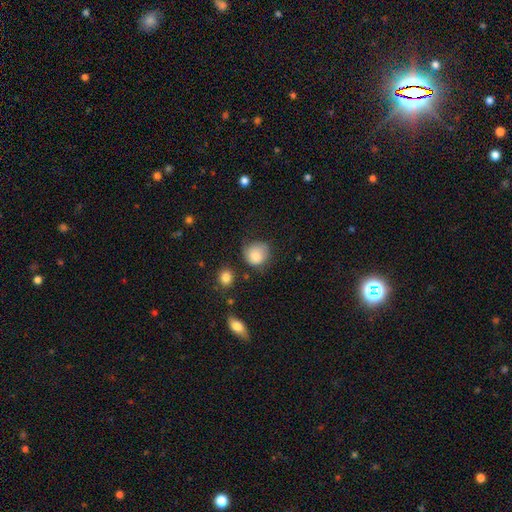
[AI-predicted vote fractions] Smooth or featured?
  - smooth: 80% *
  - featured or disk: 12%
  - star or artifact: 8%
How rounded?
  - round: 81% *
  - in between: 18%
  - cigar-shaped: 1%
Merging?
  - none: 53% *
  - minor disturbance: 32%
  - major disturbance: 12%
  - merger: 3%